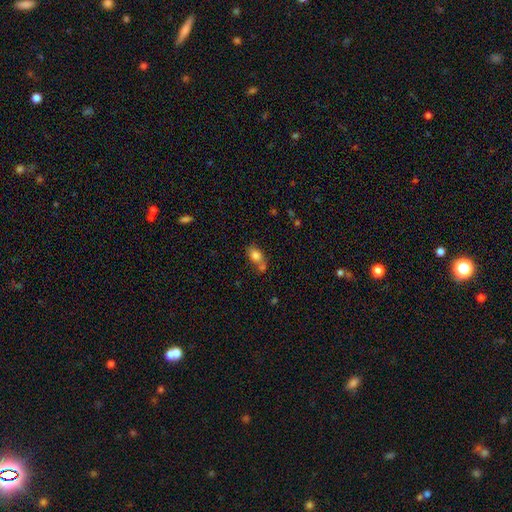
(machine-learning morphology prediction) The model was most divided on "merging": none: 46%, merger: 33%, minor disturbance: 16%, major disturbance: 6%. More confident: smooth or featured — smooth (80%); how rounded — in between (73%).